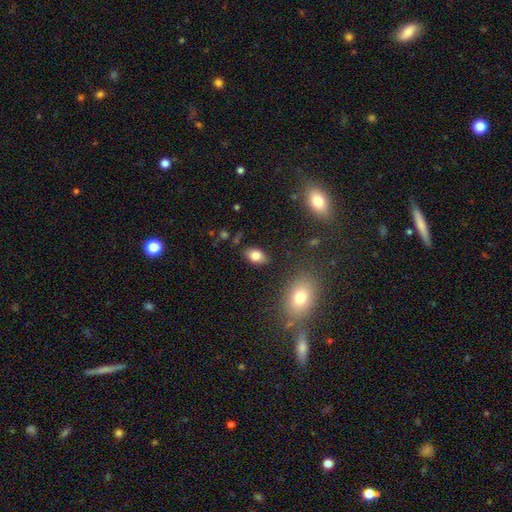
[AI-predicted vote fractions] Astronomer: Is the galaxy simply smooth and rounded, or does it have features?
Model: smooth — 80%.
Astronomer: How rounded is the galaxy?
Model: in between — 88%.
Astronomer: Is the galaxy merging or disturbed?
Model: none — 84%.